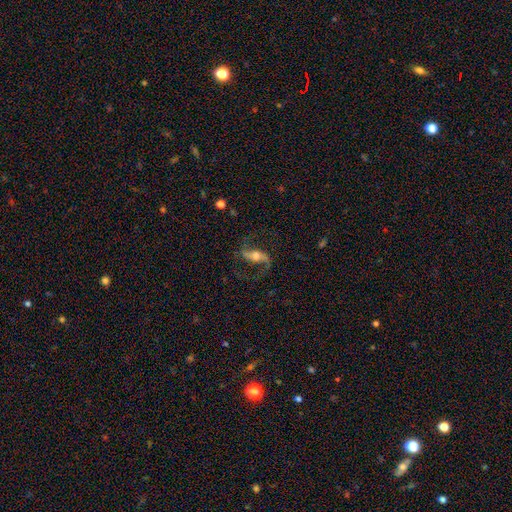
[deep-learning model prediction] Q: Smooth or featured?
A: featured or disk (85%); runner-up: smooth (9%)
Q: Edge-on disk?
A: no (92%); runner-up: yes (8%)
Q: Bar?
A: strong (43%); runner-up: weak (32%)
Q: Spiral arms?
A: yes (96%); runner-up: no (4%)
Q: Spiral winding?
A: loose (66%); runner-up: medium (28%)
Q: Spiral arm count?
A: 2 (92%); runner-up: 1 (4%)
Q: Bulge size?
A: moderate (59%); runner-up: small (22%)
Q: Merging?
A: none (75%); runner-up: minor disturbance (12%)